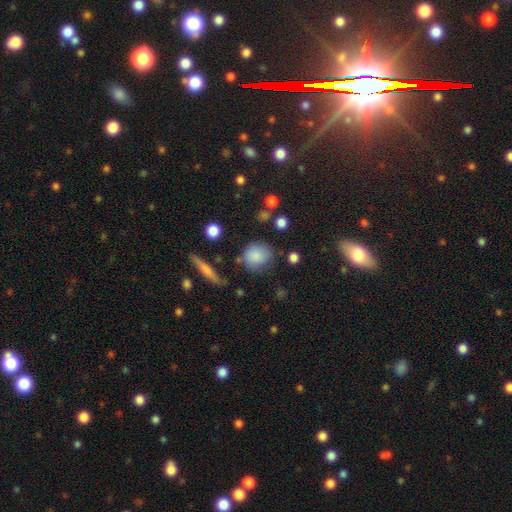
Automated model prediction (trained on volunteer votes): A smooth galaxy with no disk features (82%) that is round (77%). Merging: none (65%).